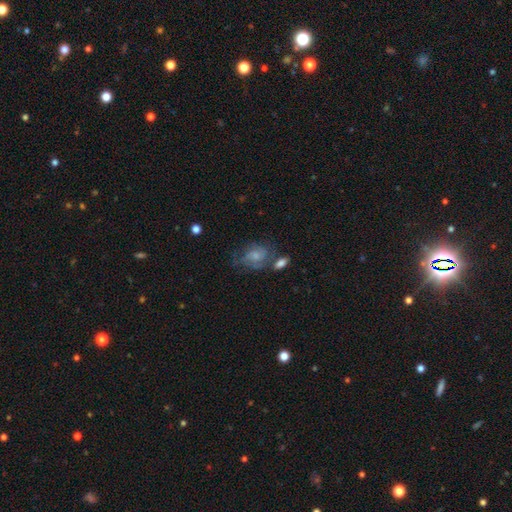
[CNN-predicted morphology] Smooth or featured: featured or disk — 47% (smooth — 44%)
Merging: none — 45% (minor disturbance — 25%)